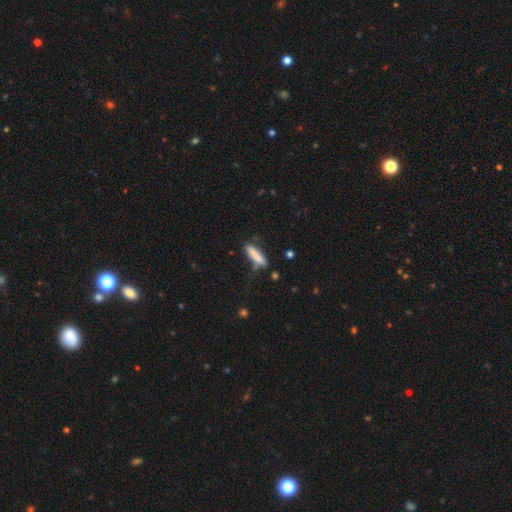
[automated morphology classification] Smooth or featured? Predicted: smooth (p=0.82). How rounded? Predicted: cigar-shaped (p=0.75). Merging? Predicted: none (p=0.61).